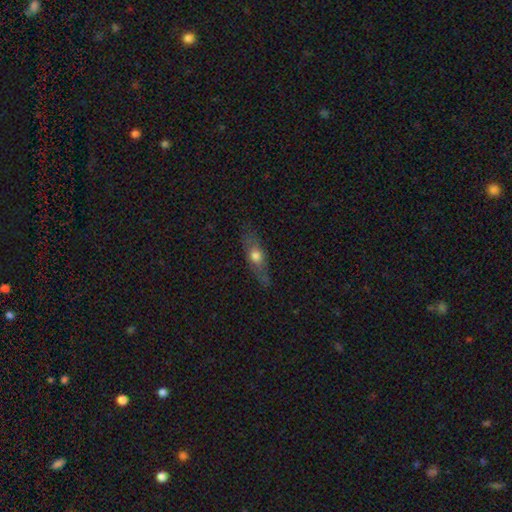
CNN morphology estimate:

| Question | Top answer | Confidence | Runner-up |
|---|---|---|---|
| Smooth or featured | smooth | 54% | featured or disk (38%) |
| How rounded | cigar-shaped | 48% | in between (46%) |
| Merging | none | 77% | minor disturbance (17%) |